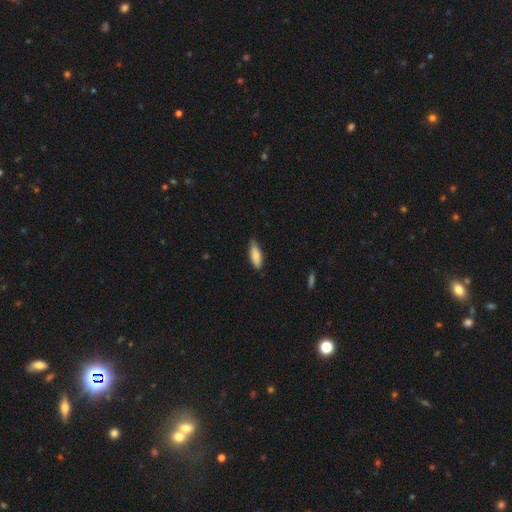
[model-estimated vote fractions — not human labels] Morphology: type=smooth (85%); roundness=in between (61%); merging=none (74%).